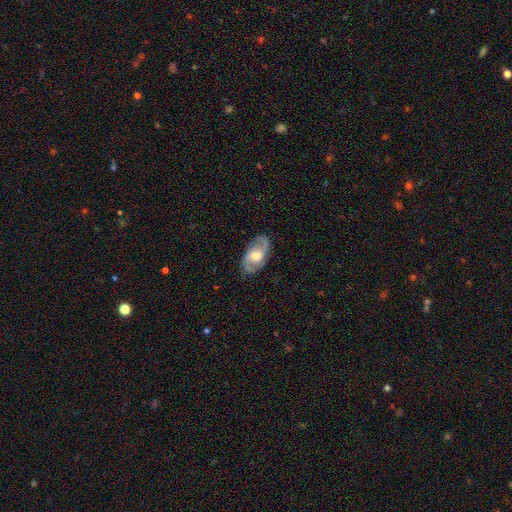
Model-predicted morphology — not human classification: A featured or disk galaxy (78%) with a weak bar (47%), 2 (88%) medium (51%) spiral arms (92%) and a moderate central bulge (62%).

Vote fractions:
- Smooth or featured? featured or disk: 78% / smooth: 17% / star or artifact: 6%
- Edge-on disk? no: 95% / yes: 5%
- Bar? weak: 47% / no: 42% / strong: 12%
- Spiral arms? yes: 92% / no: 8%
- Spiral winding? medium: 51% / loose: 27% / tight: 22%
- Spiral arm count? 2: 88% / can't tell: 6% / 3: 2% / 1: 2% / 4: 1% / more than 4: 1%
- Bulge size? moderate: 62% / large: 21% / small: 13% / none: 2% / dominant: 1%
- Merging? none: 83% / minor disturbance: 12% / major disturbance: 4% / merger: 1%